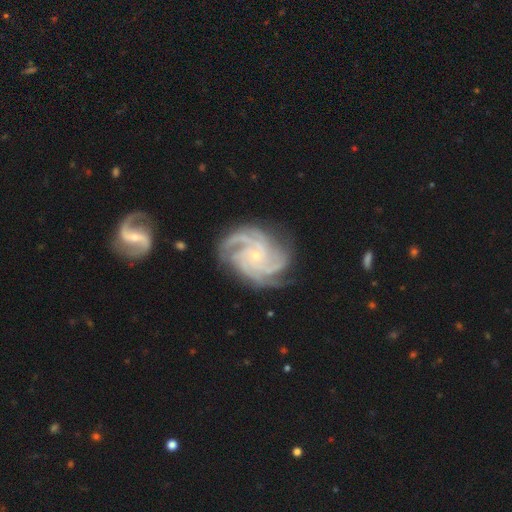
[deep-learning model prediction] Smooth or featured?
  - featured or disk: 92% *
  - star or artifact: 5%
  - smooth: 3%
Edge-on disk?
  - no: 98% *
  - yes: 2%
Bar?
  - no: 75% *
  - weak: 19%
  - strong: 6%
Spiral arms?
  - yes: 99% *
  - no: 1%
Spiral winding?
  - tight: 61% *
  - medium: 35%
  - loose: 4%
Spiral arm count?
  - 4: 39% *
  - 3: 29%
  - more than 4: 9%
  - can't tell: 9%
  - 2: 8%
  - 1: 6%
Bulge size?
  - small: 83% *
  - moderate: 13%
  - none: 2%
  - large: 1%
  - dominant: 1%
Merging?
  - none: 75% *
  - minor disturbance: 17%
  - major disturbance: 6%
  - merger: 2%